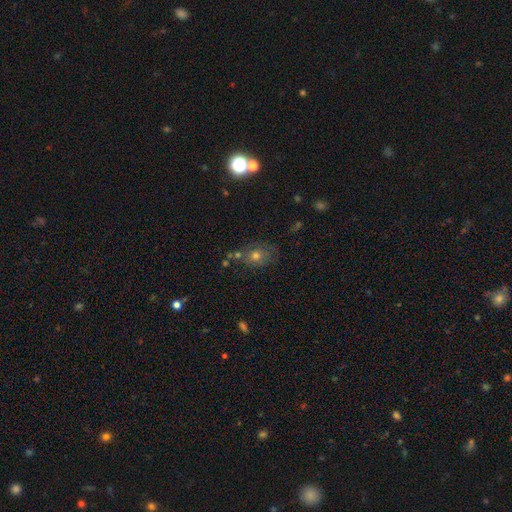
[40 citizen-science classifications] Morphology: type=smooth (78%); roundness=round (68%); merging=none (62%).